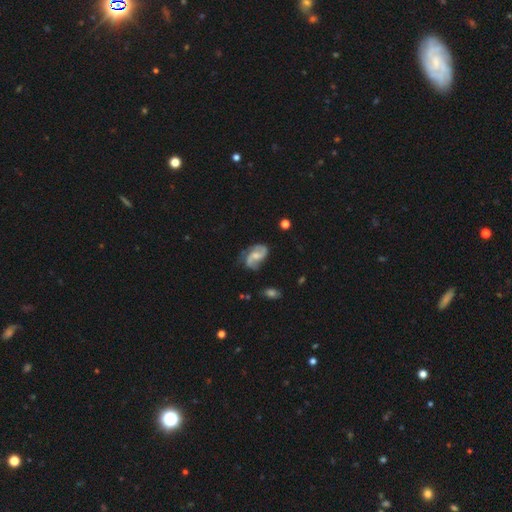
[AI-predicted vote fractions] Smooth or featured?
  - featured or disk: 83% *
  - smooth: 11%
  - star or artifact: 6%
Edge-on disk?
  - no: 98% *
  - yes: 2%
Bar?
  - no: 49% *
  - weak: 42%
  - strong: 9%
Spiral arms?
  - yes: 96% *
  - no: 4%
Spiral winding?
  - medium: 48% *
  - loose: 35%
  - tight: 16%
Spiral arm count?
  - 2: 87% *
  - can't tell: 5%
  - 1: 3%
  - 3: 3%
  - 4: 1%
  - more than 4: 1%
Bulge size?
  - moderate: 44% *
  - small: 39%
  - none: 12%
  - large: 4%
  - dominant: 1%
Merging?
  - none: 64% *
  - minor disturbance: 23%
  - major disturbance: 10%
  - merger: 3%